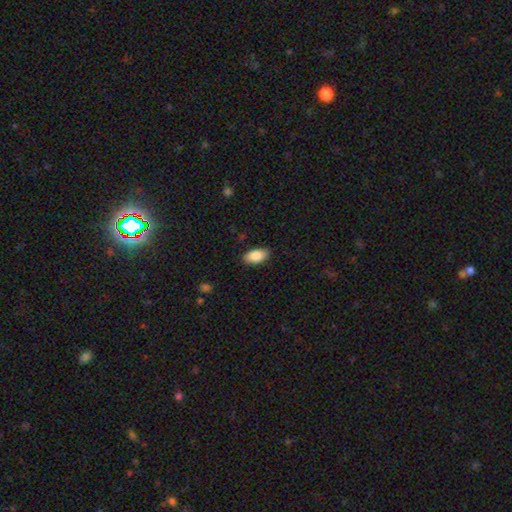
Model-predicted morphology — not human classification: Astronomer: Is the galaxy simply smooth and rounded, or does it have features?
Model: smooth — 87%.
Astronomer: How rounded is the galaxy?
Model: in between — 94%.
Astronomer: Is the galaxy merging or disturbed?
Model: none — 86%.